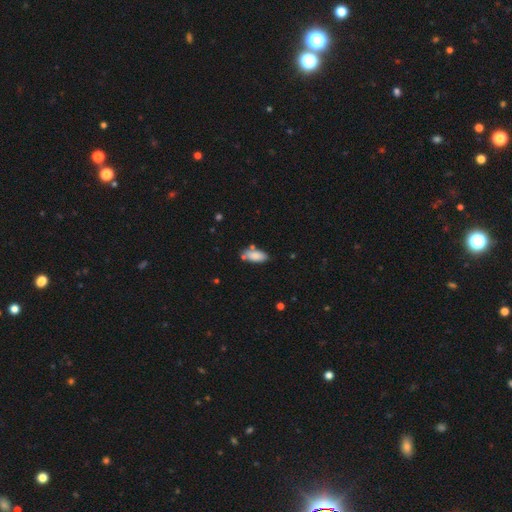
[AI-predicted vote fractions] Smooth or featured? Predicted: smooth (p=0.84). How rounded? Predicted: in between (p=0.84). Merging? Predicted: none (p=0.66).